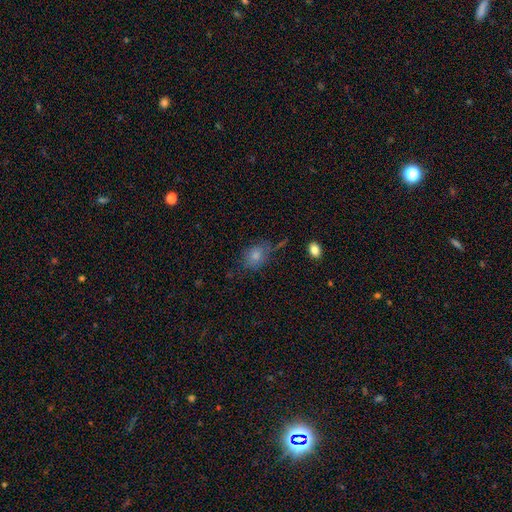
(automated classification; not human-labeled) A smooth galaxy with no disk features (78%) that is in between round and cigar-shaped (64%). Merging: none (59%).